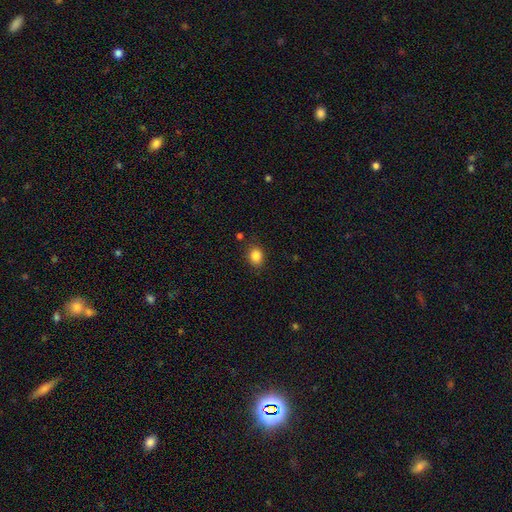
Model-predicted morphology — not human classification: Smooth or featured?
  - smooth: 85% *
  - star or artifact: 10%
  - featured or disk: 5%
How rounded?
  - round: 57% *
  - in between: 42%
  - cigar-shaped: 1%
Merging?
  - none: 84% *
  - minor disturbance: 11%
  - major disturbance: 3%
  - merger: 2%